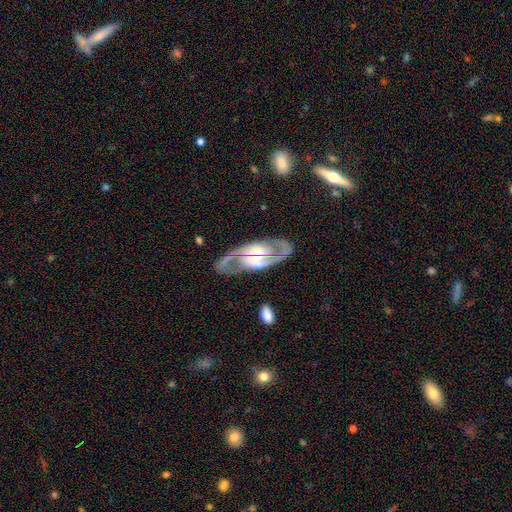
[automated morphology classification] Smooth or featured?
  - featured or disk: 88% *
  - smooth: 7%
  - star or artifact: 5%
Edge-on disk?
  - no: 95% *
  - yes: 5%
Bar?
  - weak: 38% *
  - no: 34%
  - strong: 29%
Spiral arms?
  - yes: 94% *
  - no: 6%
Spiral winding?
  - medium: 57% *
  - tight: 25%
  - loose: 18%
Spiral arm count?
  - 2: 92% *
  - can't tell: 3%
  - 1: 2%
  - 3: 1%
  - 4: 1%
  - more than 4: 1%
Bulge size?
  - moderate: 39% *
  - small: 35%
  - large: 17%
  - none: 7%
  - dominant: 3%
Merging?
  - none: 75% *
  - minor disturbance: 13%
  - major disturbance: 7%
  - merger: 4%